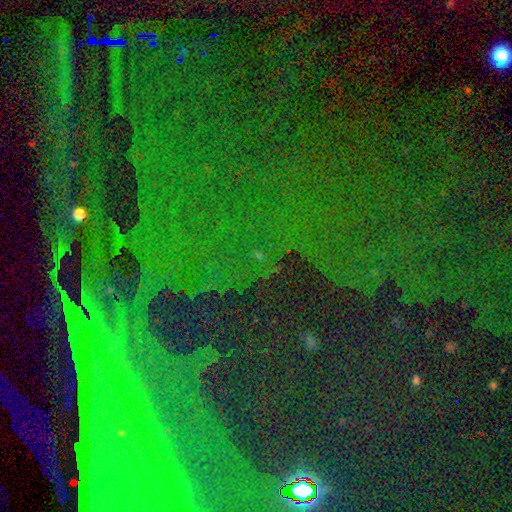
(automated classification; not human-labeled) Q: Smooth or featured?
A: star or artifact (83%); runner-up: smooth (8%)